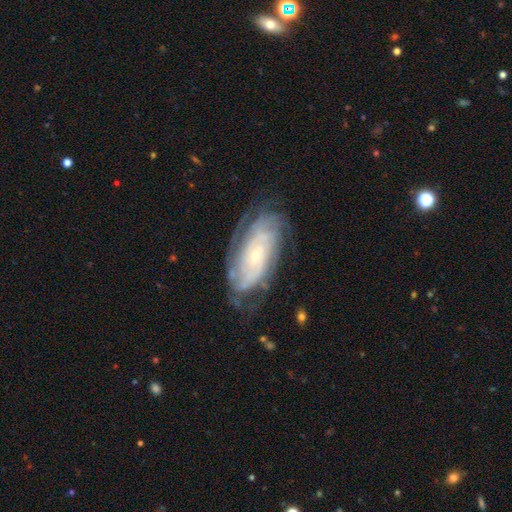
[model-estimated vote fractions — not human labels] smooth_or_featured: featured or disk (p=0.82) [alt: smooth p=0.12]
disk_edge_on: no (p=0.93) [alt: yes p=0.07]
bar: no (p=0.73) [alt: weak p=0.20]
has_spiral_arms: yes (p=0.92) [alt: no p=0.08]
spiral_winding: tight (p=0.72) [alt: medium p=0.22]
spiral_arm_count: can't tell (p=0.48) [alt: 2 p=0.15]
bulge_size: small (p=0.78) [alt: moderate p=0.18]
merging: none (p=0.68) [alt: minor disturbance p=0.21]